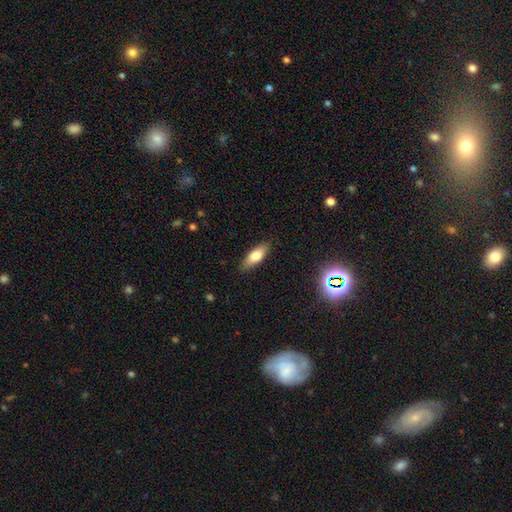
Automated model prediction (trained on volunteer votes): smooth_or_featured: smooth (p=0.73) [alt: featured or disk p=0.20]
how_rounded: in between (p=0.69) [alt: cigar-shaped p=0.29]
merging: none (p=0.87) [alt: minor disturbance p=0.10]